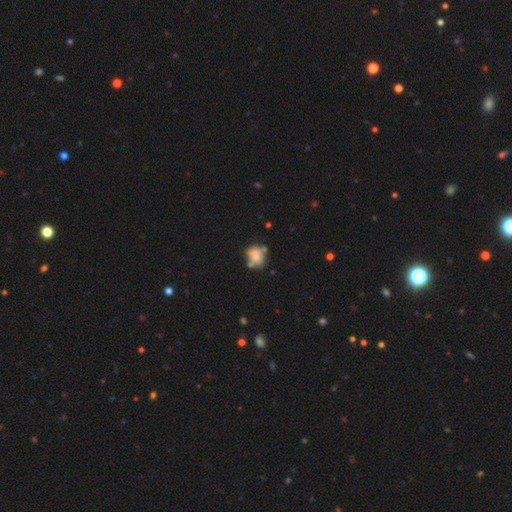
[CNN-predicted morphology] This appears to be a smooth galaxy with no disk features (58%) that is round (61%). Merging: none (44%).